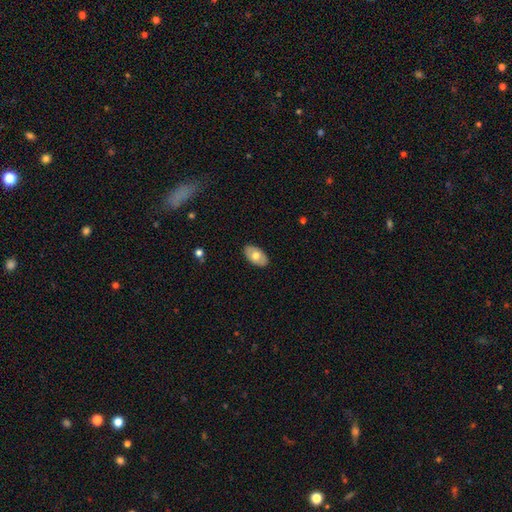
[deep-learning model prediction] Overall: smooth (61%; featured or disk 34%). How rounded: in between (93%). Merging: none (88%).